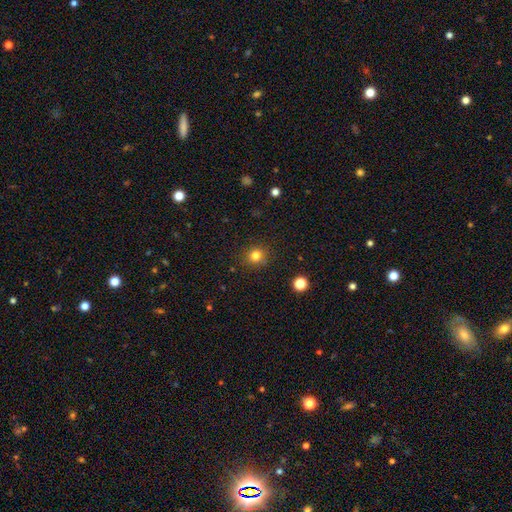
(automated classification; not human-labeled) Smooth or featured: smooth — 80% (star or artifact — 14%)
How rounded: round — 90% (in between — 9%)
Merging: none — 89% (minor disturbance — 7%)